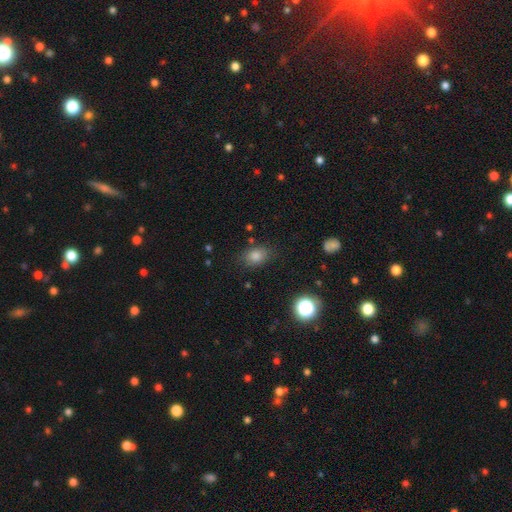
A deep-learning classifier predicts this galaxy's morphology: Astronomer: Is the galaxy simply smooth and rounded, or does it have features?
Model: smooth — 78%.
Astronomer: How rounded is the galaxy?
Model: in between — 71%.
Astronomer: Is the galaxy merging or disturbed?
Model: none — 80%.